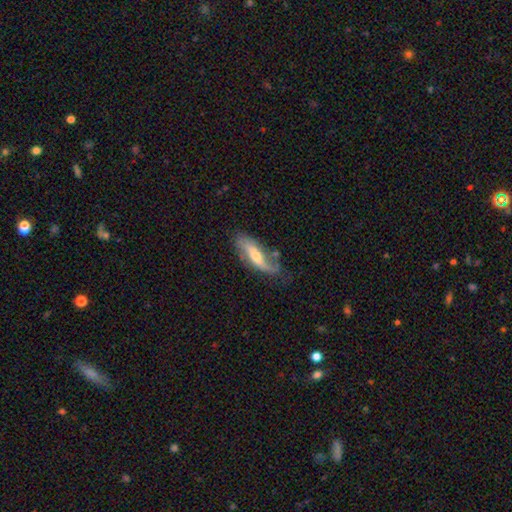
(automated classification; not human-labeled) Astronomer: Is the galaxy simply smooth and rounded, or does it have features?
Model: featured or disk — 62%.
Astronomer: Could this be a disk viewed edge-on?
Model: no — 78%.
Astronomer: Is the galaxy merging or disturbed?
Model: none — 57%.